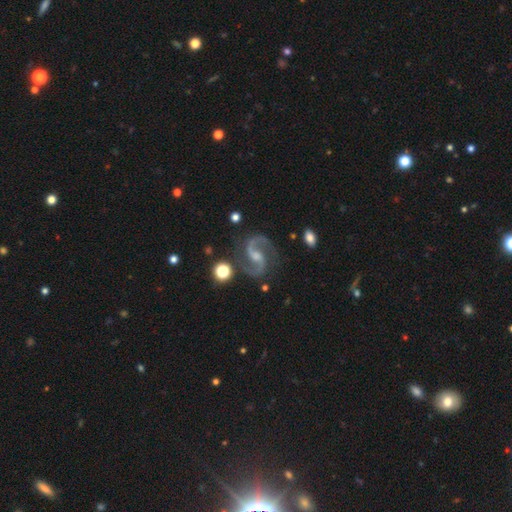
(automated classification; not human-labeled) Smooth or featured? Predicted: featured or disk (p=0.93). Edge-on disk? Predicted: no (p=0.98). Bar? Predicted: weak (p=0.48). Spiral arms? Predicted: yes (p=0.98). Spiral winding? Predicted: medium (p=0.62). Spiral arm count? Predicted: 2 (p=0.94). Bulge size? Predicted: small (p=0.46). Merging? Predicted: none (p=0.81).